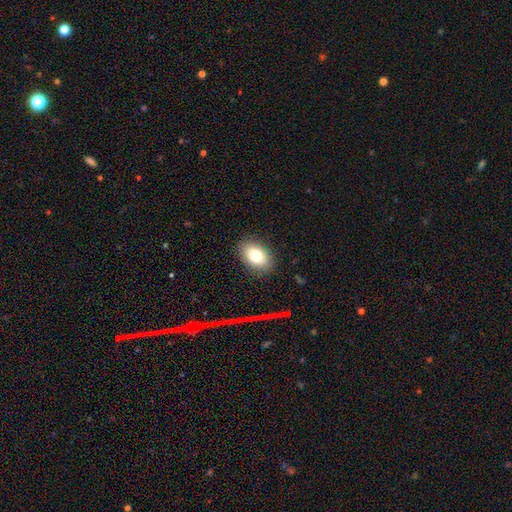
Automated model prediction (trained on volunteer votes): This is likely a smooth galaxy (78%). How rounded: clearly in between (84%). Merging: clearly none (86%).